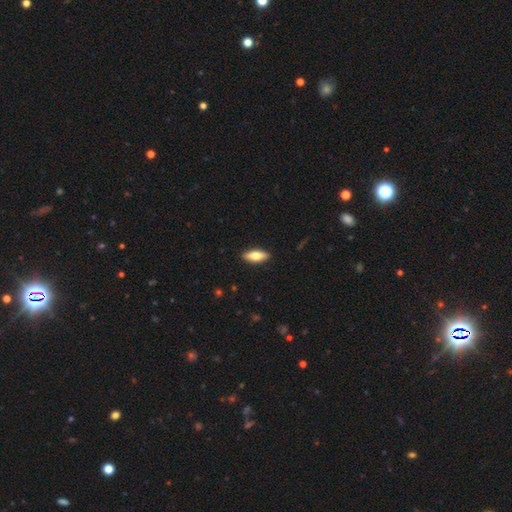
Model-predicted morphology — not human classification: This appears to be a smooth galaxy with no disk features (69%) that is in between round and cigar-shaped (68%). Merging: none (90%).